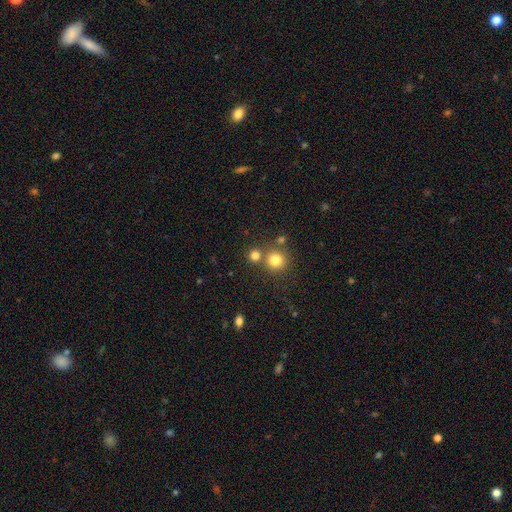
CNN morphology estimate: Smooth or featured? smooth (77%)
How rounded? round (89%)
Merging? none (68%)